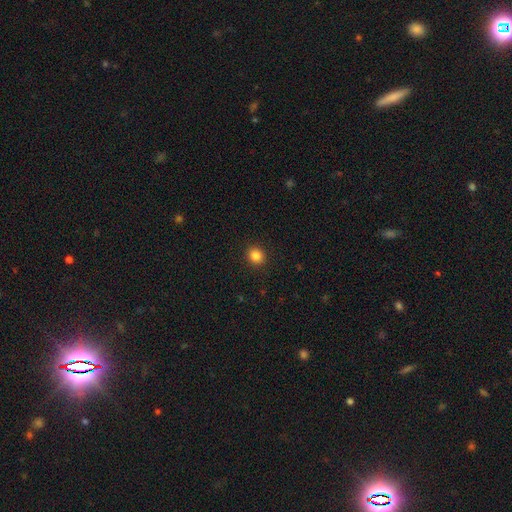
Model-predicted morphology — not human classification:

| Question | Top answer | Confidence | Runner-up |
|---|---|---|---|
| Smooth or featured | smooth | 85% | star or artifact (11%) |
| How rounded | round | 82% | in between (17%) |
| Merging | none | 92% | minor disturbance (5%) |